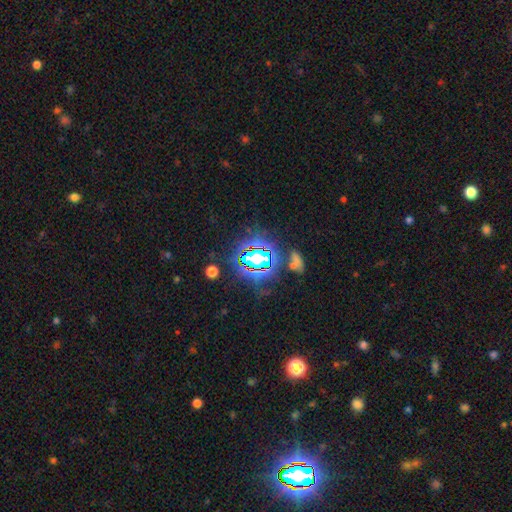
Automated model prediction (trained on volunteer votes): smooth_or_featured: star or artifact (p=0.81) [alt: smooth p=0.12]